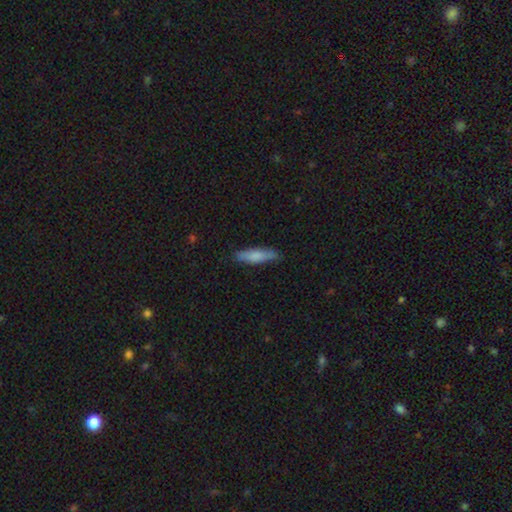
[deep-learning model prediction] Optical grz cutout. It shows a smooth galaxy with no disk features (76%) that is cigar-shaped (72%). Merging: none (81%).